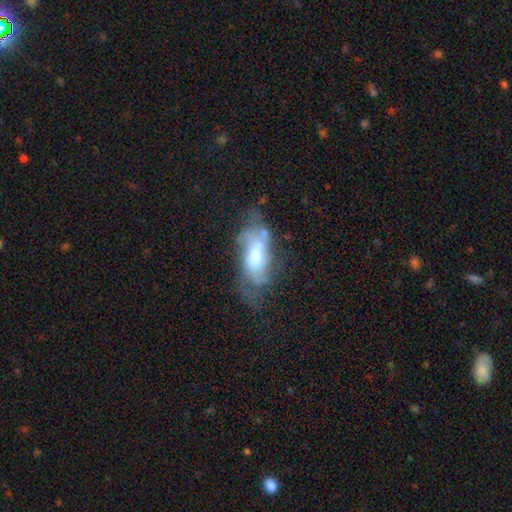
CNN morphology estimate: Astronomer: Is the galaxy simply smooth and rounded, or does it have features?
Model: featured or disk — 53% (runner-up: smooth, 38%).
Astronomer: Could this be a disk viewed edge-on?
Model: no — 88%.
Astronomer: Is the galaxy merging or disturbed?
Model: major disturbance — 35% (runner-up: none, 30%).